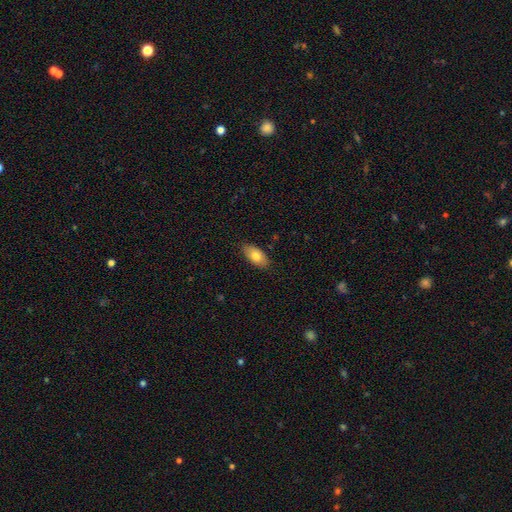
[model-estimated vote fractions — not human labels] Smooth or featured: smooth — 79% (featured or disk — 14%)
How rounded: in between — 92% (cigar-shaped — 5%)
Merging: none — 86% (minor disturbance — 11%)